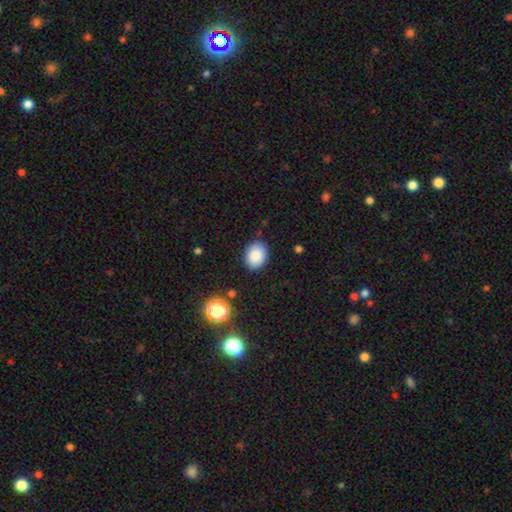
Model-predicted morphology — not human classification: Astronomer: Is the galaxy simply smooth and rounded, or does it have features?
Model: smooth — 86%.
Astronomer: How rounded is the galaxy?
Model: in between — 58% (runner-up: round, 41%).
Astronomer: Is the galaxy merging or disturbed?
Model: none — 85%.